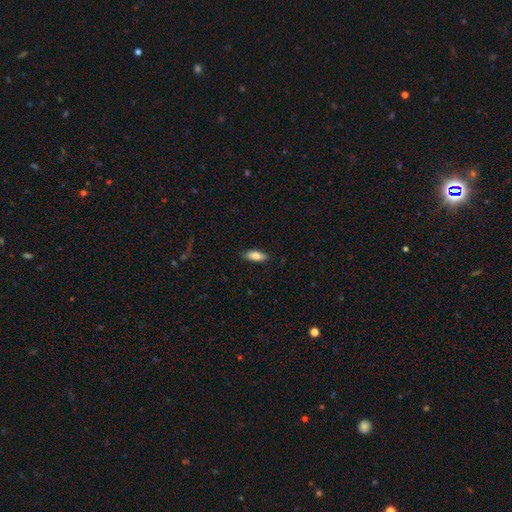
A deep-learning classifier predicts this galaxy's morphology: smooth-or-featured: smooth: 78% | featured or disk: 15% | star or artifact: 6%
  how-rounded: in between: 73% | cigar-shaped: 25% | round: 2%
  merging: none: 87% | minor disturbance: 10% | major disturbance: 2% | merger: 1%